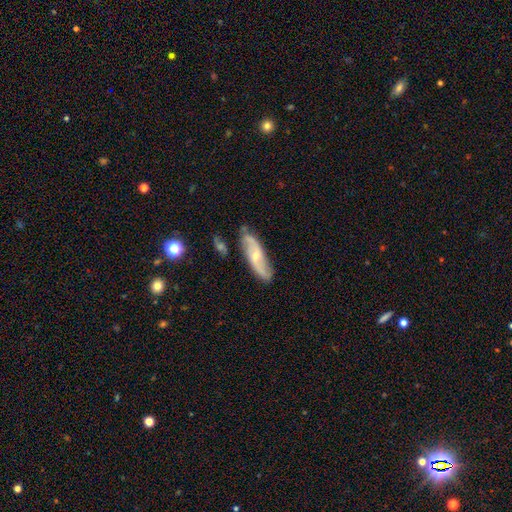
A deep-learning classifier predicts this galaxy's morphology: featured or disk 70%, smooth 24%, star or artifact 6%. Down the decision tree: edge-on disk — no (82%); bar — no (52%); spiral arms — yes (92%); spiral arm count — 2 (82%); spiral winding — loose (45%); bulge size — small (61%); merging — none (76%).